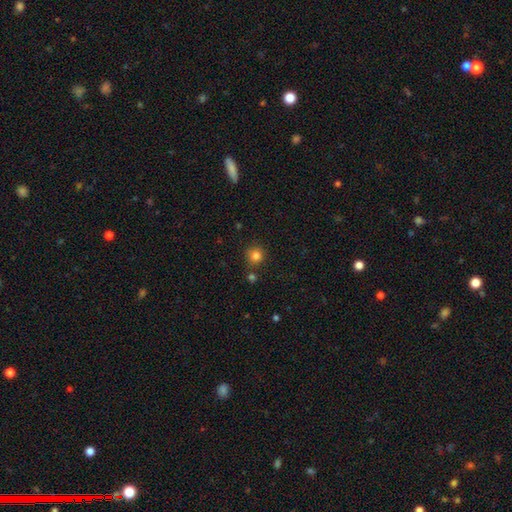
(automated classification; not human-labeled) A smooth galaxy with no disk features (82%) that is round (92%). Merging: none (80%).